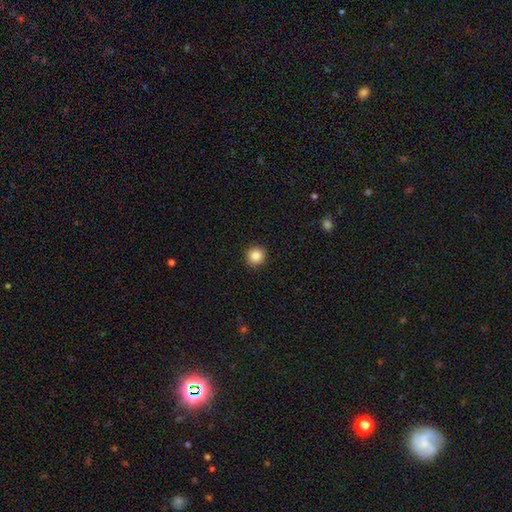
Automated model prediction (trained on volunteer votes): Morphology: type=smooth (86%); roundness=round (94%); merging=none (92%).